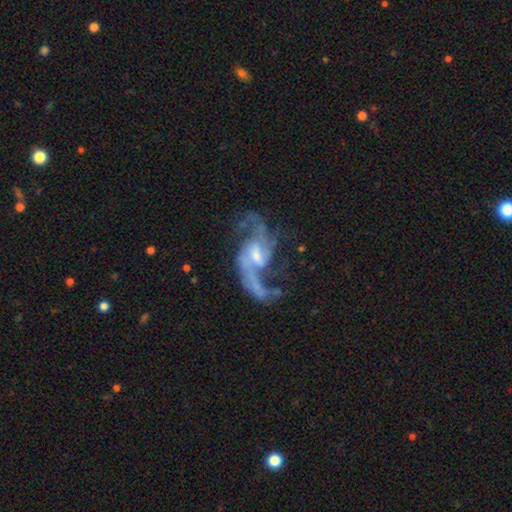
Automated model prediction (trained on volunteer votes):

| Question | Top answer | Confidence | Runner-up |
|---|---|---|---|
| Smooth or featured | featured or disk | 89% | star or artifact (6%) |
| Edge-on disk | no | 97% | yes (3%) |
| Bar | weak | 54% | no (28%) |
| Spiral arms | yes | 95% | no (5%) |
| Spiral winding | loose | 67% | medium (27%) |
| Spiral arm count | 2 | 73% | 3 (8%) |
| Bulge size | small | 46% | moderate (41%) |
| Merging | none | 50% | major disturbance (28%) |